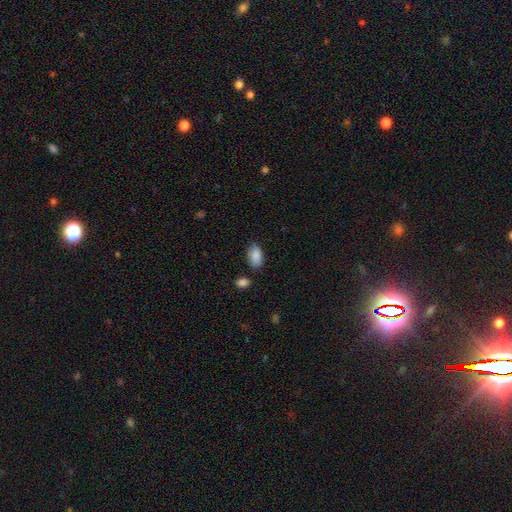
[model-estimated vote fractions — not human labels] smooth_or_featured: smooth (p=0.88) [alt: star or artifact p=0.07]
how_rounded: in between (p=0.94) [alt: round p=0.04]
merging: none (p=0.79) [alt: minor disturbance p=0.14]